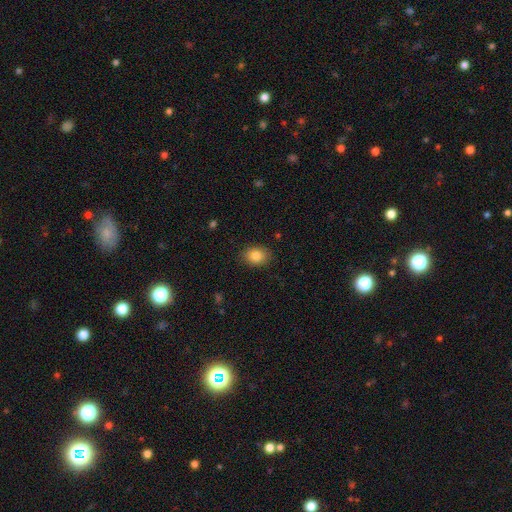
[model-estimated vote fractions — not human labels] smooth_or_featured: smooth (p=0.85) [alt: star or artifact p=0.09]
how_rounded: in between (p=0.59) [alt: round p=0.40]
merging: none (p=0.87) [alt: minor disturbance p=0.09]